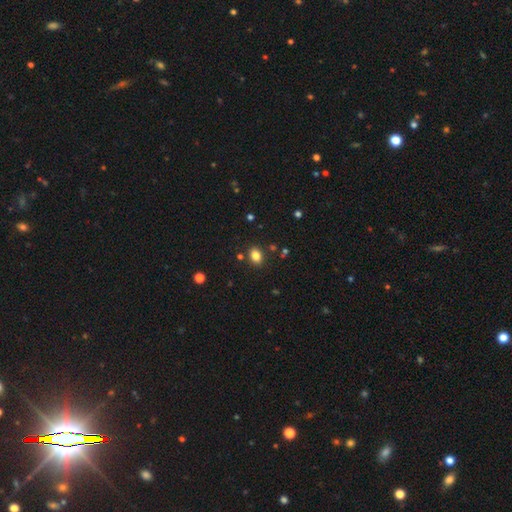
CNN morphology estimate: A smooth galaxy with no disk features (83%) that is in between round and cigar-shaped (61%). Merging: none (85%).